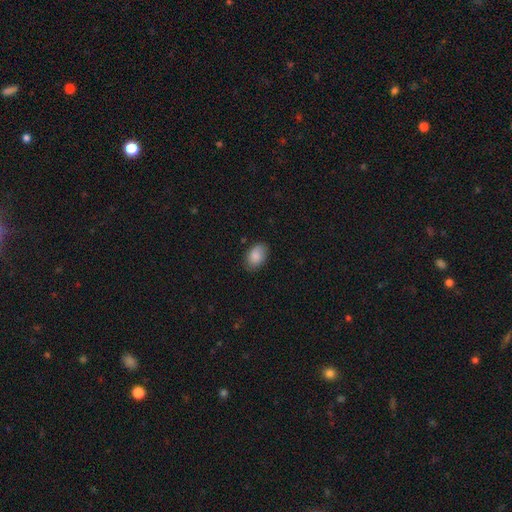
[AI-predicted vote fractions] Overall: smooth (83%). How rounded: in between (88%). Merging: none (80%).